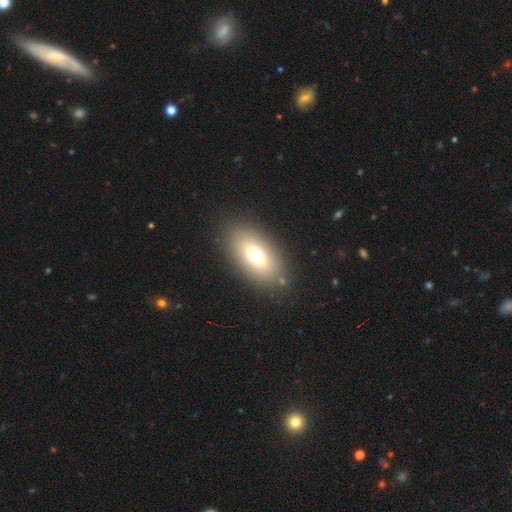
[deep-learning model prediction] Smooth or featured? Predicted: smooth (p=0.68). How rounded? Predicted: in between (p=0.87). Merging? Predicted: none (p=0.84).